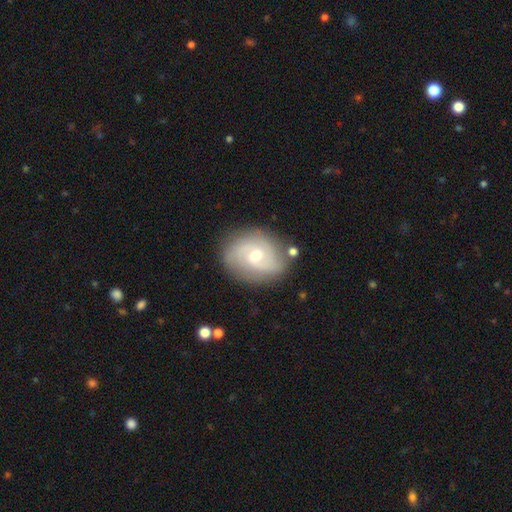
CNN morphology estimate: Overall: featured or disk (69%). Edge-on disk: no (97%). Bar: no (54%; weak 40%). Spiral arms: yes (88%). Spiral arm count: 2 (60%; can't tell 20%). Spiral winding: medium (43%; tight 35%). Bulge size: moderate (56%; small 39%). Merging: none (75%).